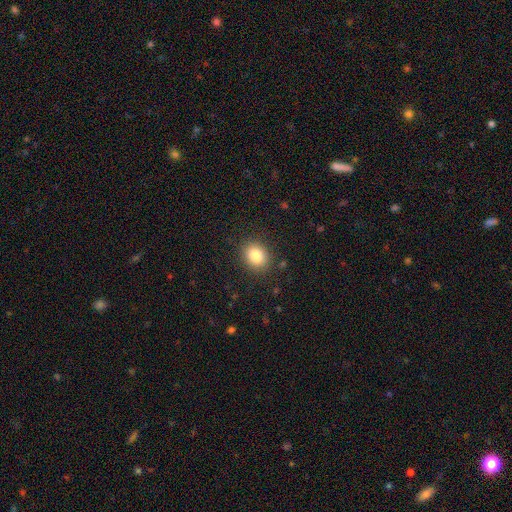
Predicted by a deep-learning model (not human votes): Smooth or featured?
  - smooth: 83% *
  - star or artifact: 10%
  - featured or disk: 7%
How rounded?
  - round: 59% *
  - in between: 40%
  - cigar-shaped: 1%
Merging?
  - none: 88% *
  - minor disturbance: 8%
  - major disturbance: 3%
  - merger: 1%